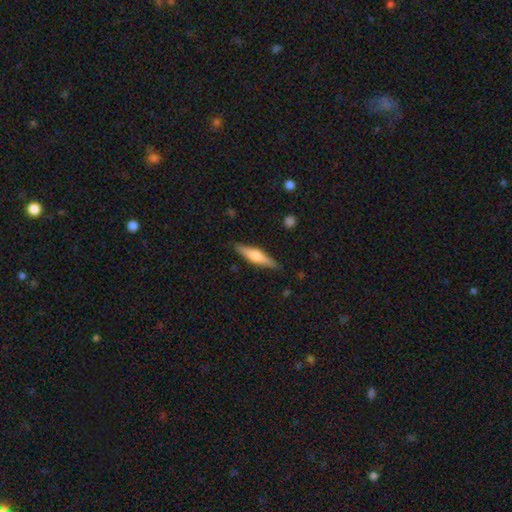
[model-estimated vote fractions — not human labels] Smooth or featured? Predicted: featured or disk (p=0.50). Edge-on disk? Predicted: yes (p=0.95). Merging? Predicted: none (p=0.88).